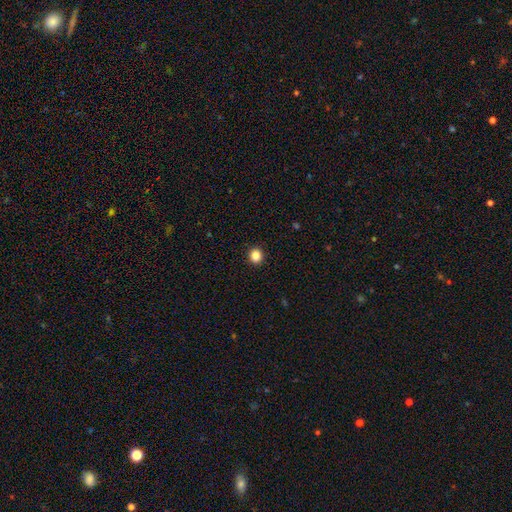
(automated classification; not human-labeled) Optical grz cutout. It shows a smooth galaxy with no disk features (86%) that is round (86%). Merging: none (93%).